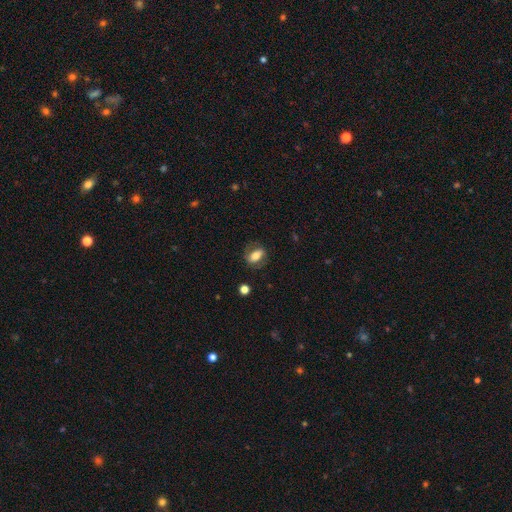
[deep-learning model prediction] Smooth or featured?
  - smooth: 61% *
  - featured or disk: 30%
  - star or artifact: 8%
How rounded?
  - in between: 80% *
  - round: 14%
  - cigar-shaped: 7%
Merging?
  - none: 72% *
  - minor disturbance: 17%
  - major disturbance: 9%
  - merger: 1%